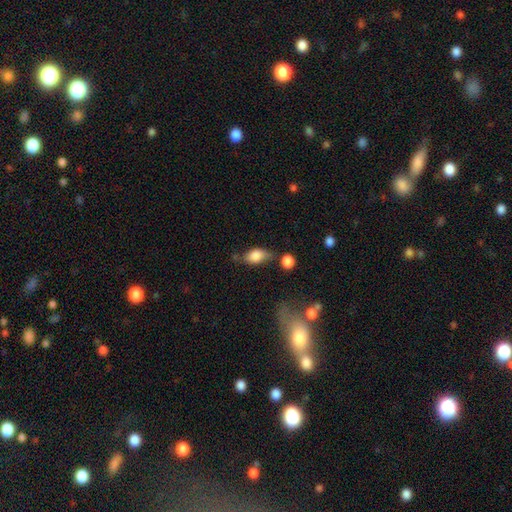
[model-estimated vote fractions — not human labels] A smooth galaxy with no disk features (80%) that is in between round and cigar-shaped (86%).

Vote fractions:
- Smooth or featured? smooth: 80% / featured or disk: 13% / star or artifact: 8%
- How rounded? in between: 86% / round: 9% / cigar-shaped: 4%
- Merging? none: 55% / minor disturbance: 26% / merger: 10% / major disturbance: 9%